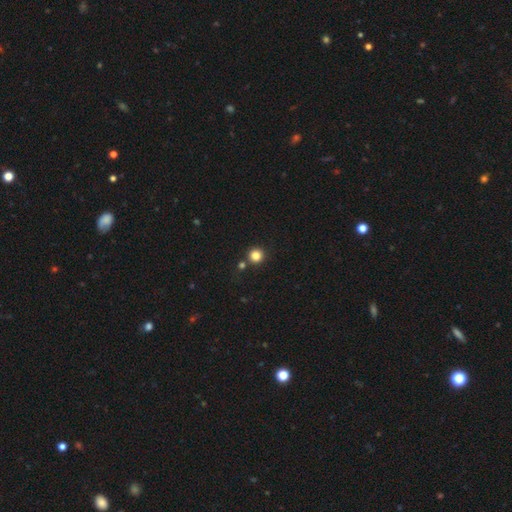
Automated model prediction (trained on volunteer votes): This is clearly a smooth galaxy (83%). How rounded: clearly round (95%). Merging: clearly none (83%).